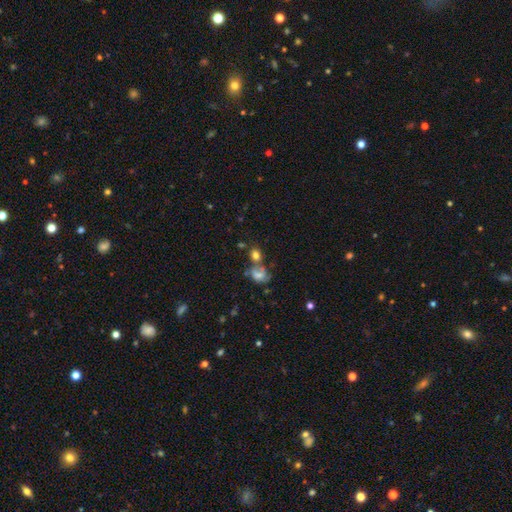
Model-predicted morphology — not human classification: Smooth or featured: smooth — 68% (featured or disk — 17%)
How rounded: in between — 52% (round — 46%)
Merging: none — 41% (merger — 37%)